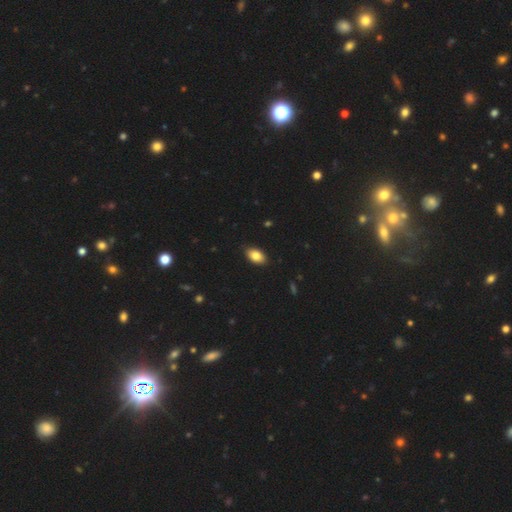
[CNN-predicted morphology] A smooth galaxy with no disk features (84%) that is in between round and cigar-shaped (92%).

Vote fractions:
- Smooth or featured? smooth: 84% / featured or disk: 8% / star or artifact: 8%
- How rounded? in between: 92% / round: 6% / cigar-shaped: 2%
- Merging? none: 88% / minor disturbance: 9% / major disturbance: 2% / merger: 1%